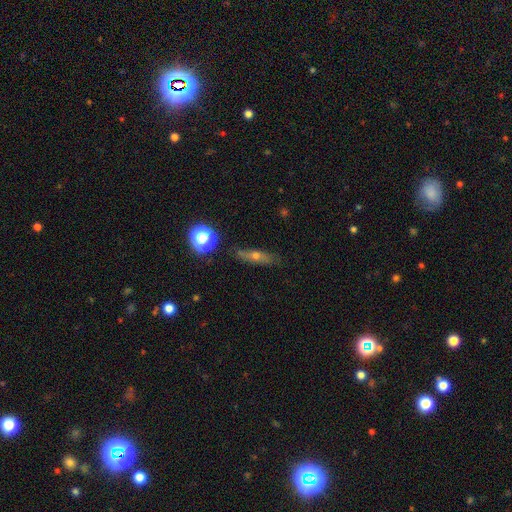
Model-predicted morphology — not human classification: smooth 45%, featured or disk 41%, star or artifact 14%. Down the decision tree: merging — none (82%).